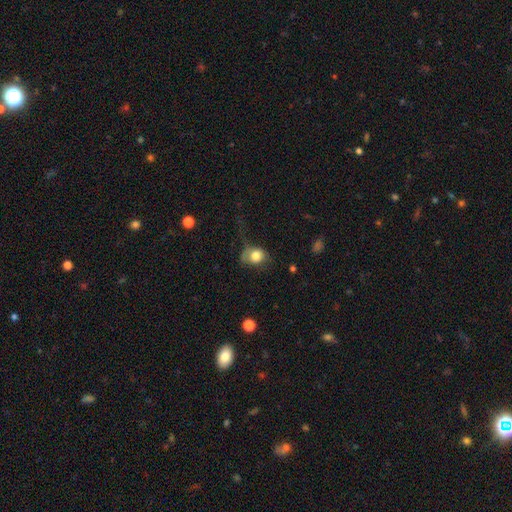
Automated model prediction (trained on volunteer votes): smooth 77%, featured or disk 14%, star or artifact 9%. Down the decision tree: how rounded — in between (50%); merging — major disturbance (34%, tied with none).